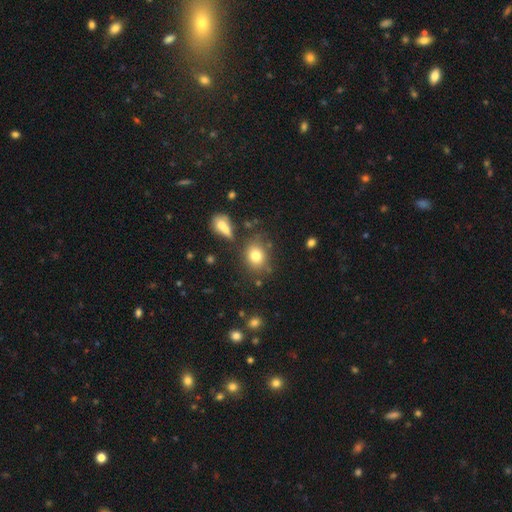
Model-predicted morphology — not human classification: A smooth galaxy with no disk features (78%) that is round (56%).

Vote fractions:
- Smooth or featured? smooth: 78% / star or artifact: 12% / featured or disk: 9%
- How rounded? round: 56% / in between: 43% / cigar-shaped: 1%
- Merging? none: 75% / minor disturbance: 13% / merger: 8% / major disturbance: 4%